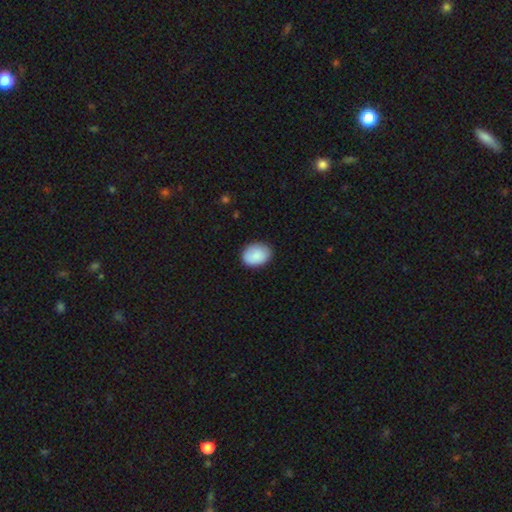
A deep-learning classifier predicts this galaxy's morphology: A smooth galaxy with no disk features (87%) that is in between round and cigar-shaped (72%). Merging: none (82%).